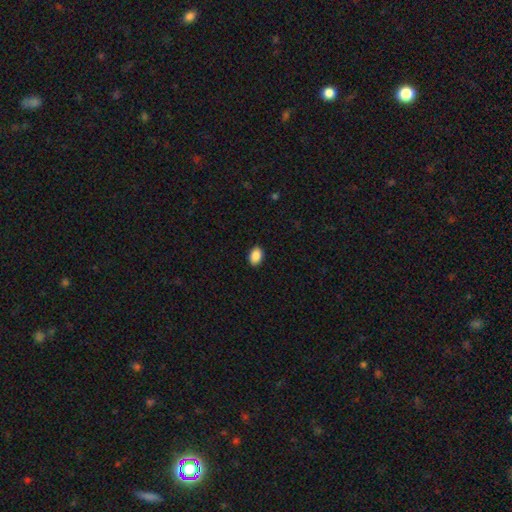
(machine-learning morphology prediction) Smooth or featured?
  - smooth: 89% *
  - star or artifact: 8%
  - featured or disk: 3%
How rounded?
  - in between: 86% *
  - round: 13%
  - cigar-shaped: 1%
Merging?
  - none: 90% *
  - minor disturbance: 7%
  - major disturbance: 2%
  - merger: 1%